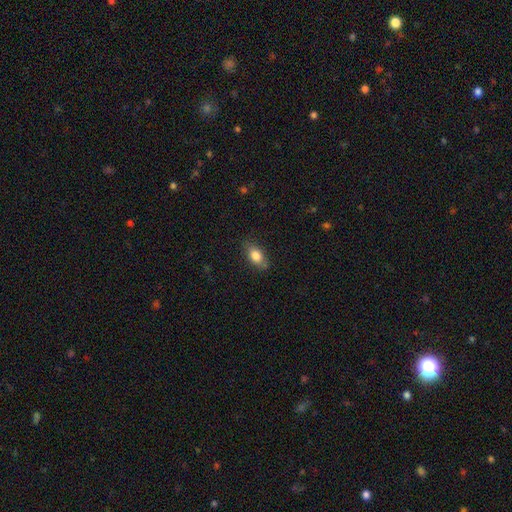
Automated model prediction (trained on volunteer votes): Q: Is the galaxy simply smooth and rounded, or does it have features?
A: smooth — 80%.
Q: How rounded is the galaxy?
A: in between — 86%.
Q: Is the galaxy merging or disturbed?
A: none — 78%.